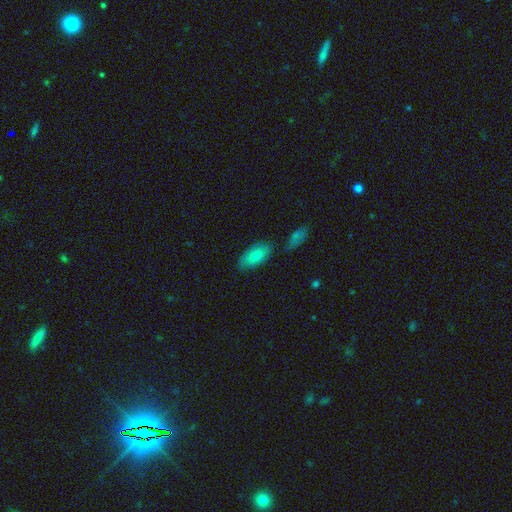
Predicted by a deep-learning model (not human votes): Morphology: type=smooth (80%); roundness=in between (91%); merging=none (72%).